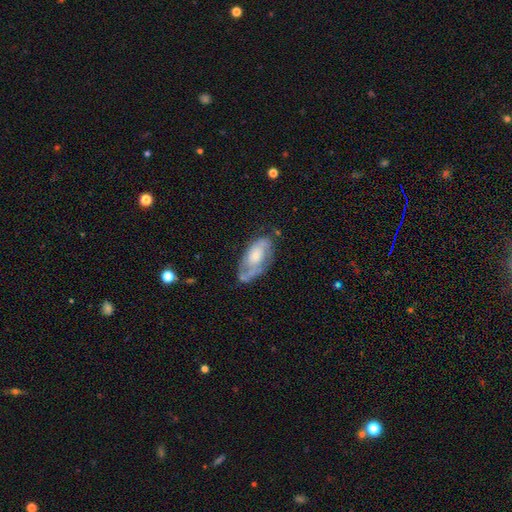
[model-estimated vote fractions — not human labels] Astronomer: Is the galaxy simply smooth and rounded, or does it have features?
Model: featured or disk — 66%.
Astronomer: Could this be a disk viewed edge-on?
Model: no — 93%.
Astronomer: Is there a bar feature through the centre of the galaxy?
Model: no — 75%.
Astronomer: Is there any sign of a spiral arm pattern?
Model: yes — 76%.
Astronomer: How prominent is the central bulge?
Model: moderate — 41% (runner-up: small, 40%).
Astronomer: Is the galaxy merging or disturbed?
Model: none — 55%.